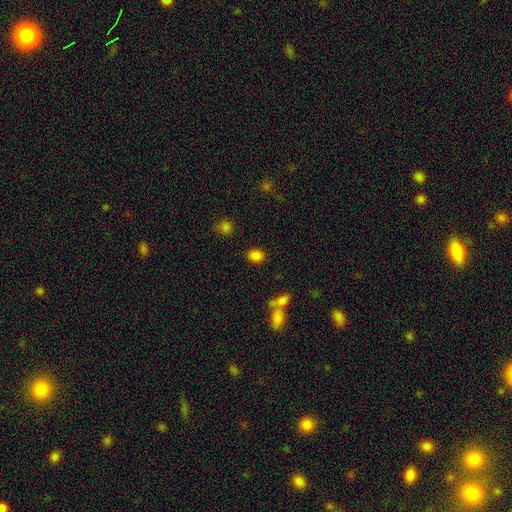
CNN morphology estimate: Smooth or featured?
  - smooth: 83% *
  - star or artifact: 12%
  - featured or disk: 5%
How rounded?
  - in between: 59% *
  - round: 40%
  - cigar-shaped: 1%
Merging?
  - none: 83% *
  - minor disturbance: 9%
  - merger: 5%
  - major disturbance: 3%